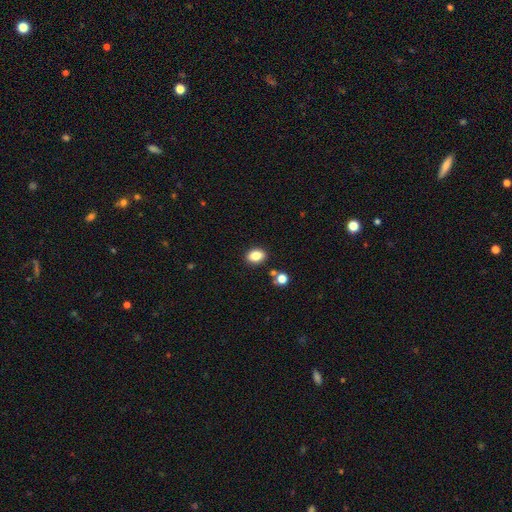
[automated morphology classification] This appears to be a smooth galaxy with no disk features (84%) that is in between round and cigar-shaped (76%). Merging: none (84%).